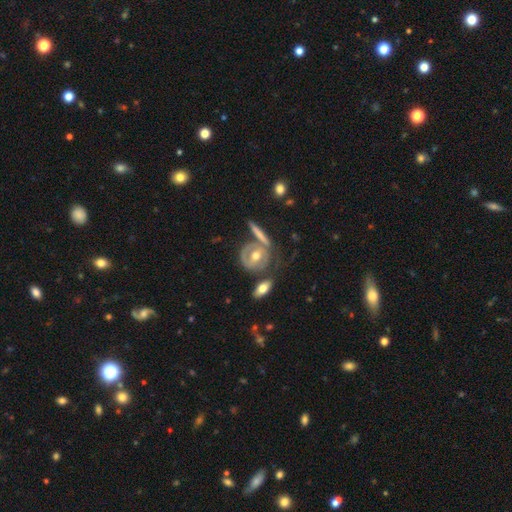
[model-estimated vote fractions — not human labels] Smooth or featured: featured or disk — 65% (smooth — 29%)
Edge-on disk: no — 84% (yes — 16%)
Bar: no — 66% (weak — 23%)
Spiral arms: yes — 51% (no — 49%)
Bulge size: moderate — 74% (small — 17%)
Merging: none — 57% (minor disturbance — 17%)